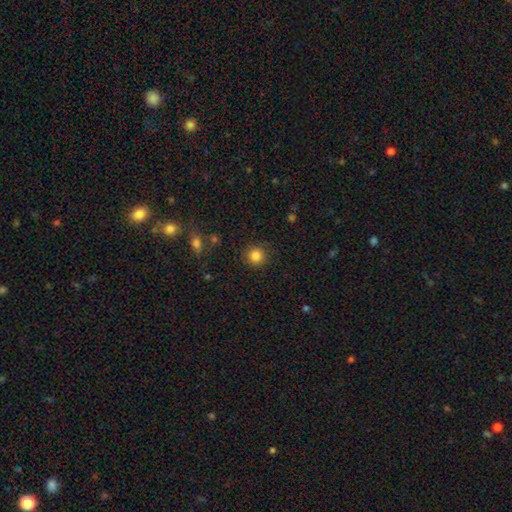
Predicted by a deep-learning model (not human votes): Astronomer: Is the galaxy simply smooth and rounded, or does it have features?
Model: smooth — 83%.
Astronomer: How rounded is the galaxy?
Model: round — 94%.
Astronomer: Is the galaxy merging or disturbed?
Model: none — 90%.